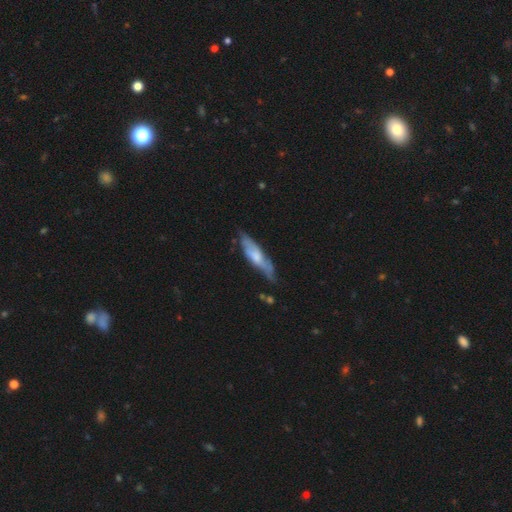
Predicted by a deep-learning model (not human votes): featured or disk 51%, smooth 43%, star or artifact 6%. Down the decision tree: edge-on disk — yes (56%); merging — none (62%).